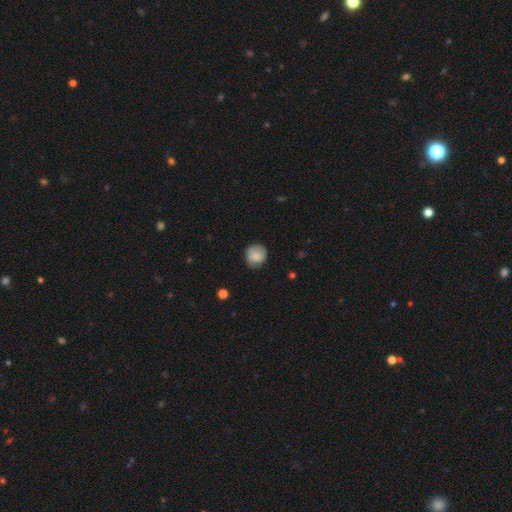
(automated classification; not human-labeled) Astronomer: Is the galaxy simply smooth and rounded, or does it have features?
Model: smooth — 80%.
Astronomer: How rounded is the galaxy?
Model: round — 86%.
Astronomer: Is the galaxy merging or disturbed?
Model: none — 76%.